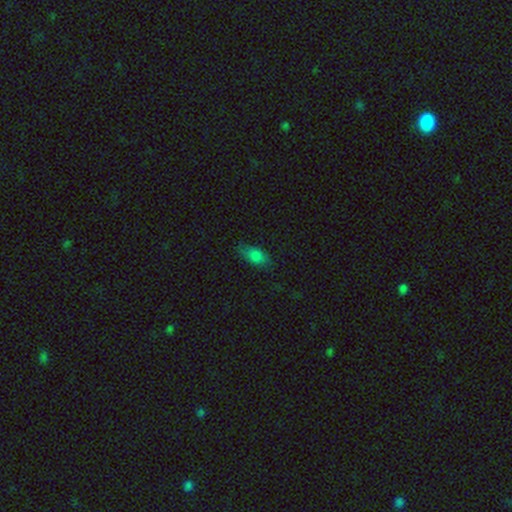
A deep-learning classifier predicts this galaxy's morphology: smooth_or_featured: smooth (p=0.80) [alt: star or artifact p=0.10]
how_rounded: in between (p=0.88) [alt: cigar-shaped p=0.08]
merging: none (p=0.72) [alt: minor disturbance p=0.22]